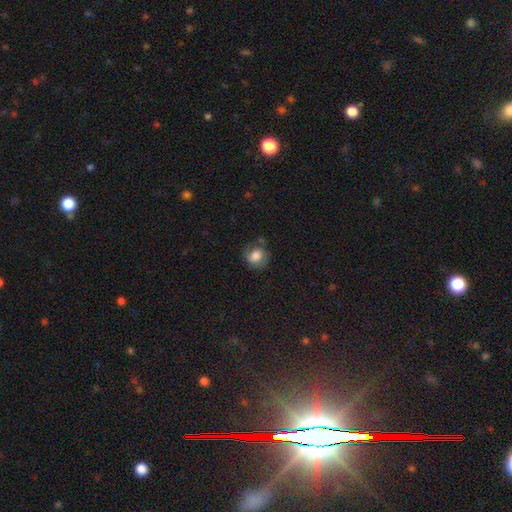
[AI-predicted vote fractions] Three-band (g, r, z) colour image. It shows a smooth galaxy with no disk features (71%) that is round (70%). Merging: none (59%).